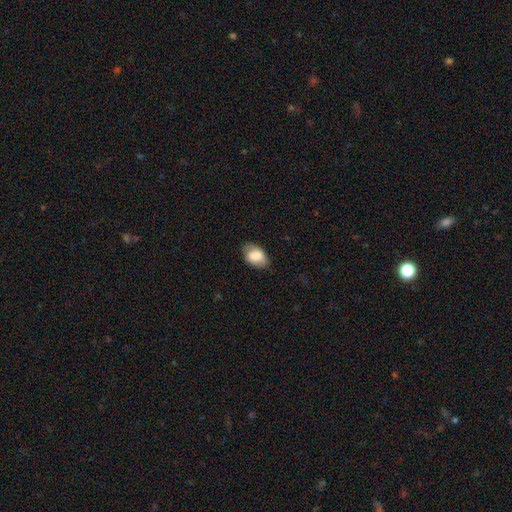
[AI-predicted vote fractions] This appears to be a smooth galaxy with no disk features (79%) that is in between round and cigar-shaped (90%). Merging: none (74%).